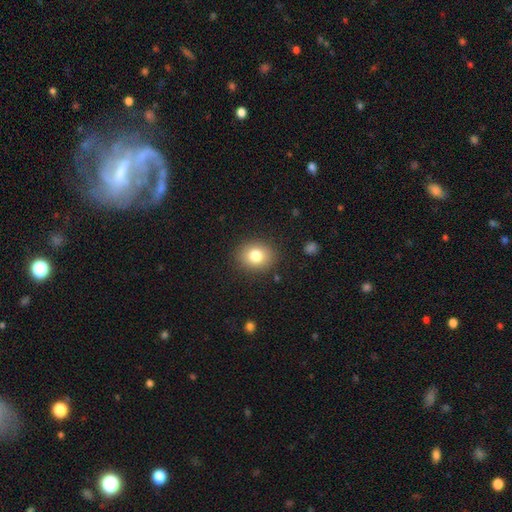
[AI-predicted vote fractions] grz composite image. It shows a smooth galaxy with no disk features (80%) that is round (67%). Merging: none (88%).